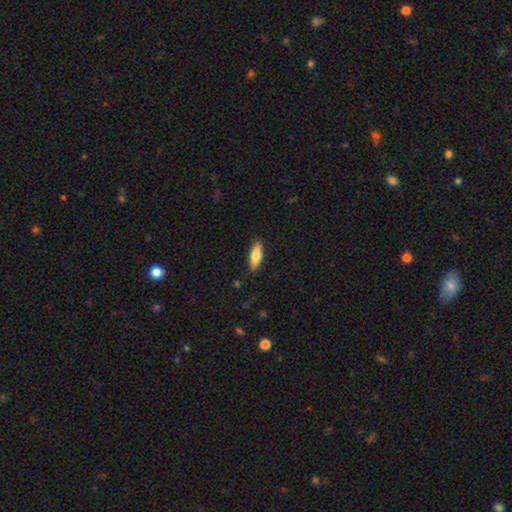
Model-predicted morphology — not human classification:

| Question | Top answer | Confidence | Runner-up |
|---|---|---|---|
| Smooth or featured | smooth | 76% | featured or disk (18%) |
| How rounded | in between | 63% | cigar-shaped (35%) |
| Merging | none | 86% | minor disturbance (10%) |